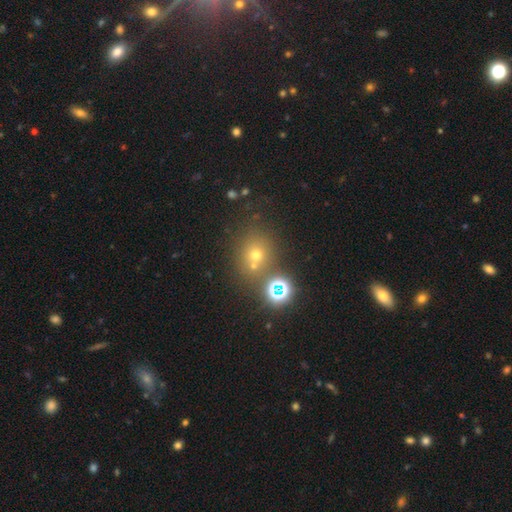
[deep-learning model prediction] A smooth galaxy with no disk features (56%) that is round (78%). Merging: none (62%).